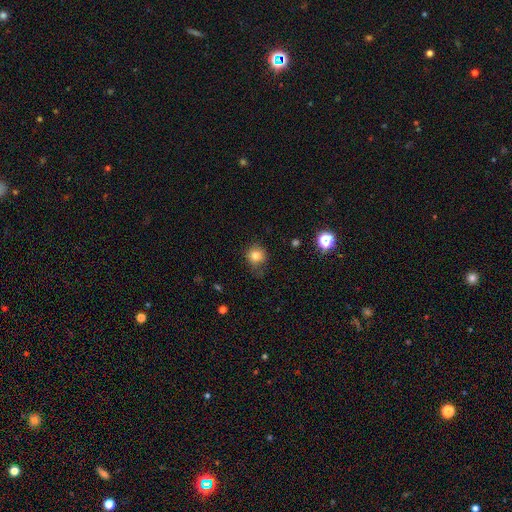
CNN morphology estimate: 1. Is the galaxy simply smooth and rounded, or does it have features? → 80% smooth, 13% star or artifact, 7% featured or disk.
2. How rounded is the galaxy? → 87% round, 13% in between, 1% cigar-shaped.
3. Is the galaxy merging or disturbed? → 68% none, 23% minor disturbance, 7% major disturbance, 2% merger.